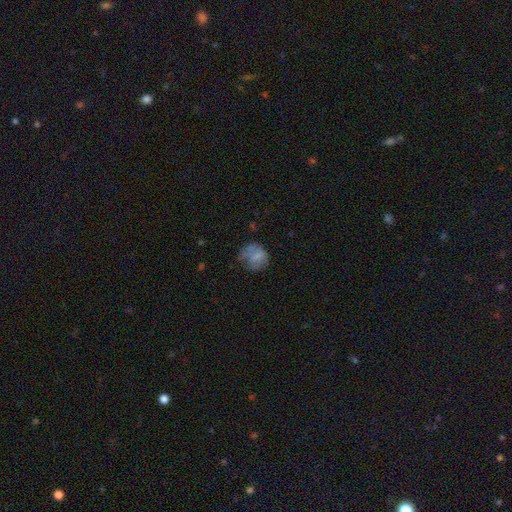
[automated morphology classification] This is likely a smooth galaxy (66%). How rounded: likely round (72%). Merging: possibly none (47%).